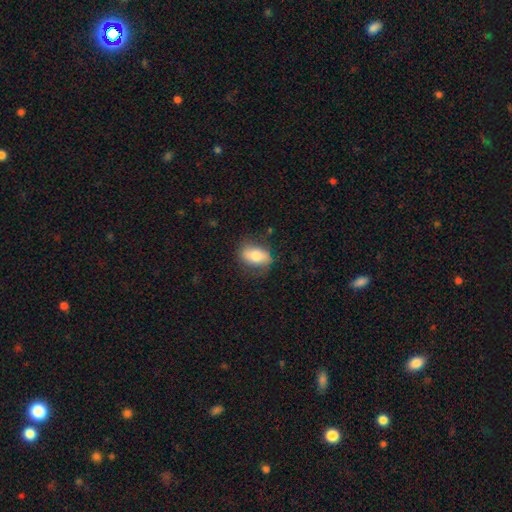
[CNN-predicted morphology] smooth 72%, featured or disk 21%, star or artifact 7%. Down the decision tree: how rounded — in between (86%); merging — none (73%).